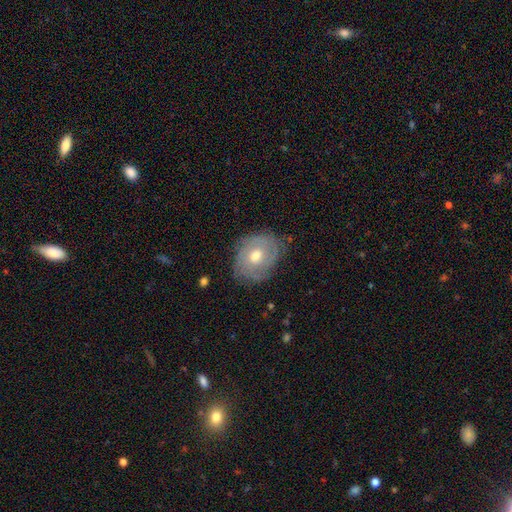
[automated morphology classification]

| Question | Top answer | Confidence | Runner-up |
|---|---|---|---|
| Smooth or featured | featured or disk | 67% | smooth (26%) |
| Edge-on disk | no | 96% | yes (4%) |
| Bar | no | 76% | weak (20%) |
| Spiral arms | yes | 78% | no (22%) |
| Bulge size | moderate | 76% | small (15%) |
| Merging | none | 73% | minor disturbance (20%) |